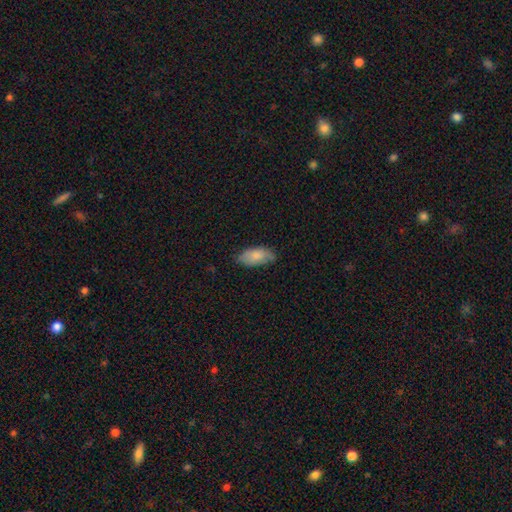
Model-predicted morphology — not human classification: A smooth galaxy with no disk features (80%) that is in between round and cigar-shaped (91%).

Vote fractions:
- Smooth or featured? smooth: 80% / featured or disk: 14% / star or artifact: 6%
- How rounded? in between: 91% / cigar-shaped: 7% / round: 2%
- Merging? none: 72% / minor disturbance: 23% / major disturbance: 4% / merger: 1%